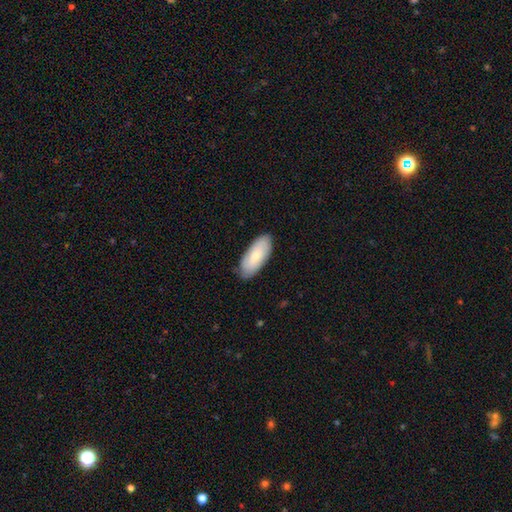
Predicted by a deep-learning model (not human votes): Smooth or featured: smooth — 73% (featured or disk — 21%)
How rounded: in between — 87% (cigar-shaped — 12%)
Merging: none — 85% (minor disturbance — 12%)